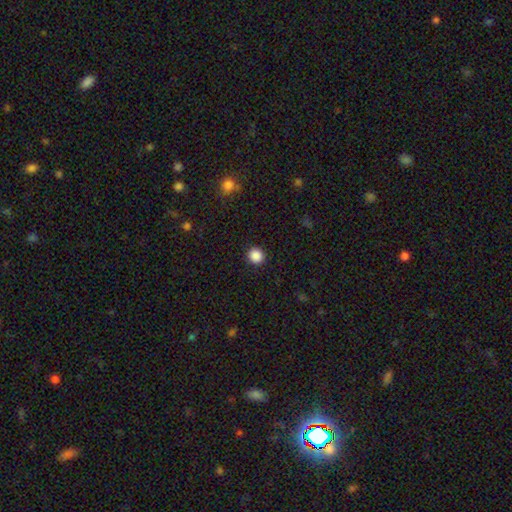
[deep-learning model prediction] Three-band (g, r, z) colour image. It shows a smooth galaxy with no disk features (87%) that is round (89%). Merging: none (92%).